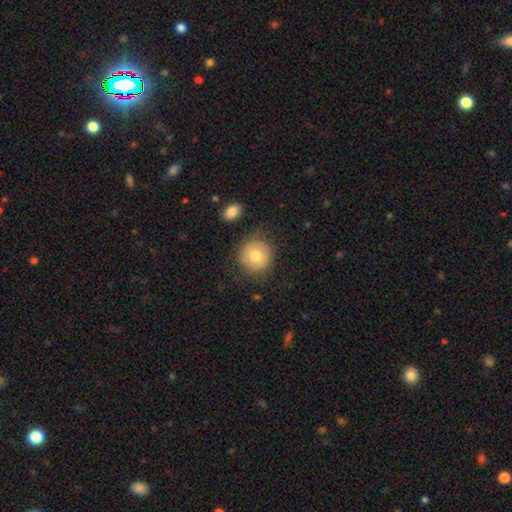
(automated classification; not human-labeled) Smooth or featured? Predicted: smooth (p=0.75). How rounded? Predicted: round (p=0.90). Merging? Predicted: none (p=0.78).